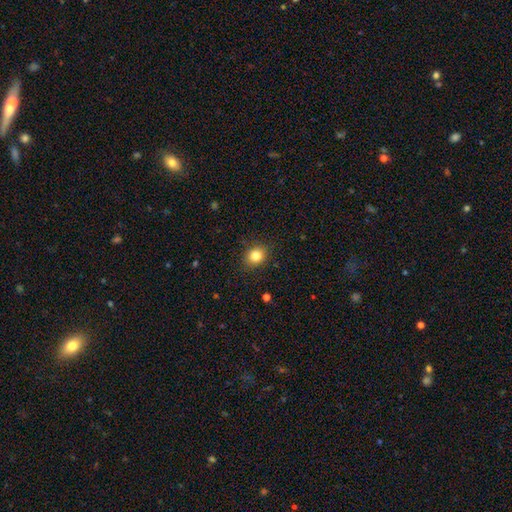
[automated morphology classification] This is clearly a smooth galaxy (83%). How rounded: likely round (65%). Merging: clearly none (88%).